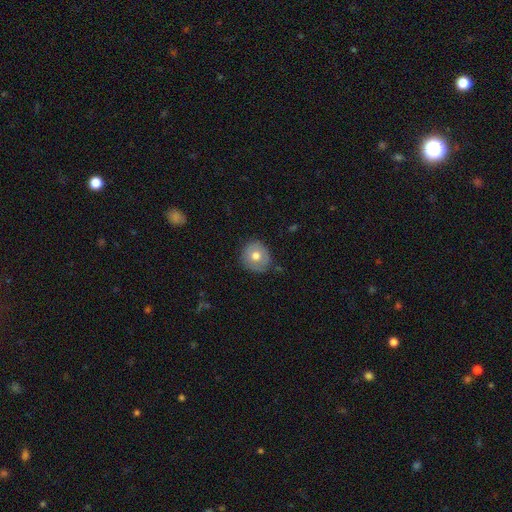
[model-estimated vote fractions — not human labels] smooth_or_featured: smooth (p=0.69) [alt: featured or disk p=0.23]
how_rounded: round (p=0.90) [alt: in between p=0.09]
merging: none (p=0.83) [alt: minor disturbance p=0.12]